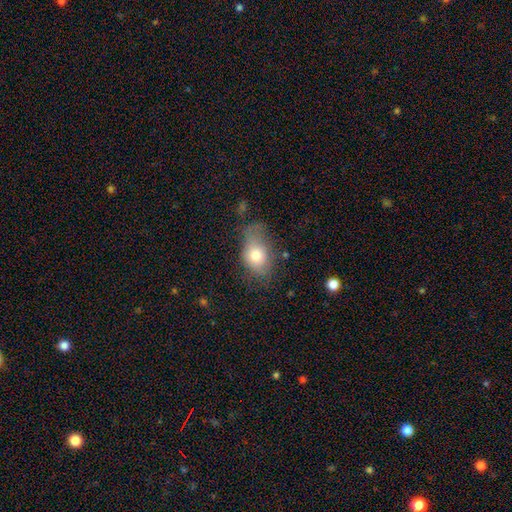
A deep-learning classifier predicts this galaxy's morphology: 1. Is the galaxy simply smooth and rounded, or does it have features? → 73% smooth, 17% featured or disk, 10% star or artifact.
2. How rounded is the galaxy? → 76% in between, 22% round, 2% cigar-shaped.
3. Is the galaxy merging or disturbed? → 42% none, 33% minor disturbance, 21% major disturbance, 3% merger.